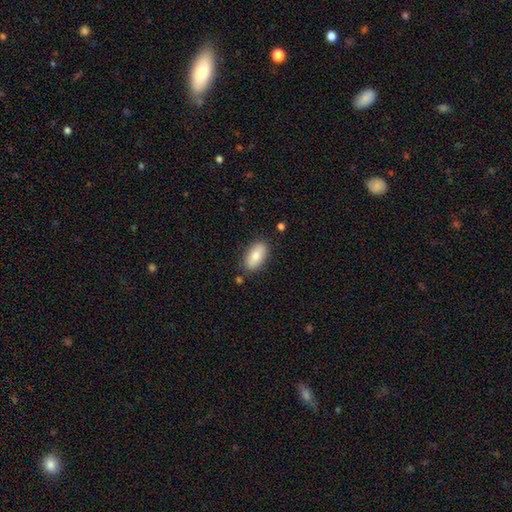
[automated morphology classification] smooth_or_featured: smooth (p=0.79) [alt: featured or disk p=0.14]
how_rounded: in between (p=0.91) [alt: cigar-shaped p=0.06]
merging: none (p=0.84) [alt: minor disturbance p=0.11]